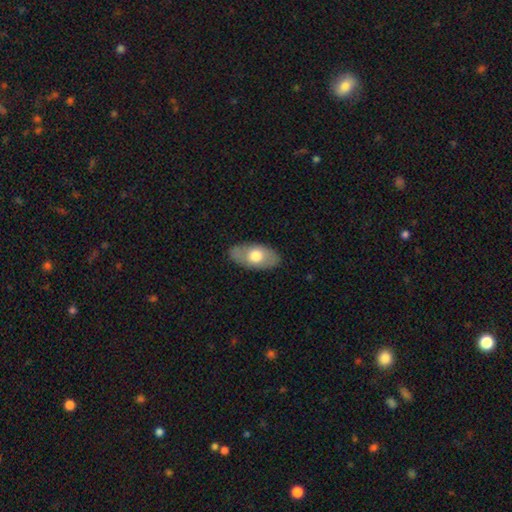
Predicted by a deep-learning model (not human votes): smooth 61%, featured or disk 33%, star or artifact 5%. Down the decision tree: how rounded — in between (93%); merging — none (82%).